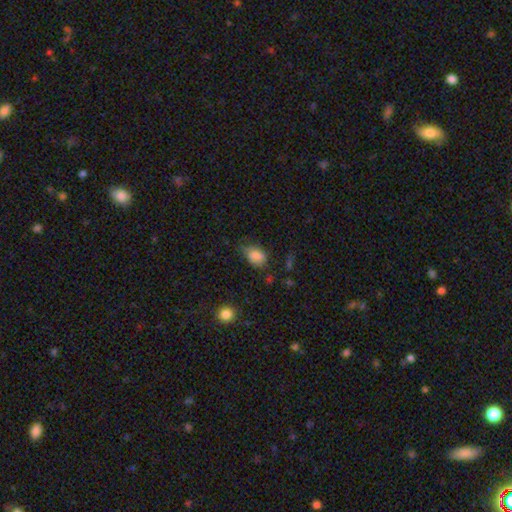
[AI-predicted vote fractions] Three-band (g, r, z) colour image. It shows a smooth galaxy with no disk features (80%) that is in between round and cigar-shaped (80%). Merging: none (43%).